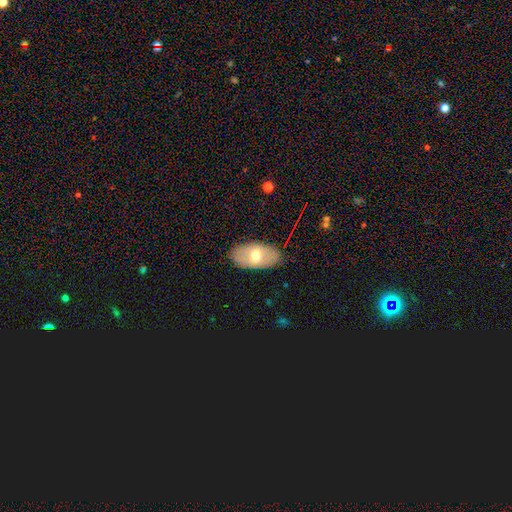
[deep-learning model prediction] Smooth or featured? smooth (57%)
How rounded? in between (93%)
Merging? none (85%)